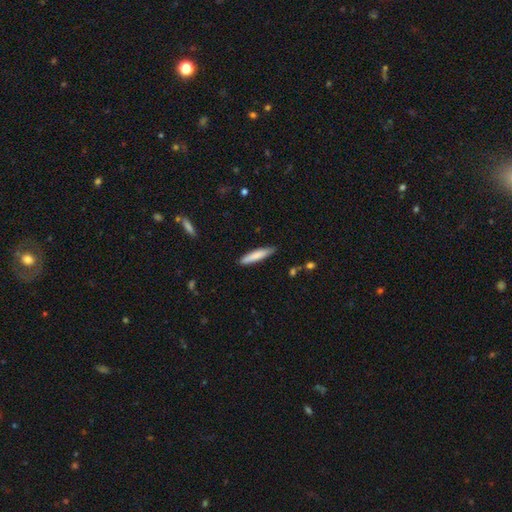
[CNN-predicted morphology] Smooth or featured? Predicted: smooth (p=0.80). How rounded? Predicted: cigar-shaped (p=0.87). Merging? Predicted: none (p=0.85).